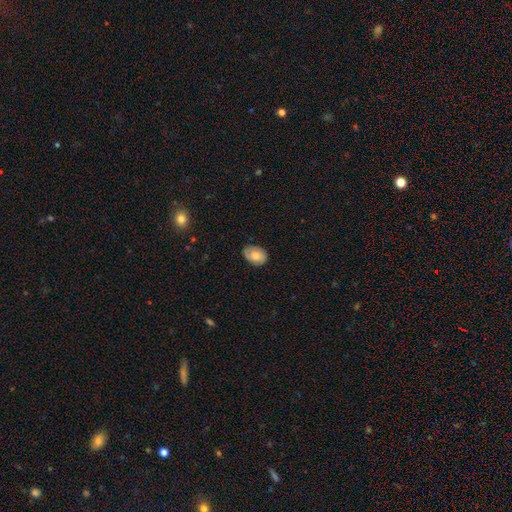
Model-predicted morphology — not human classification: The model was most divided on "smooth or featured": smooth: 71%, featured or disk: 22%, star or artifact: 7%. More confident: how rounded — in between (79%); merging — none (74%).